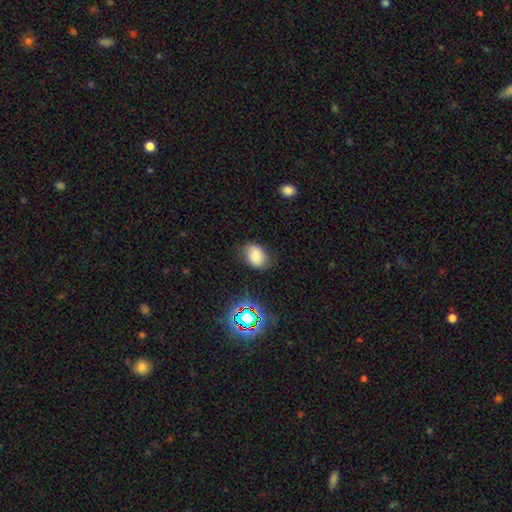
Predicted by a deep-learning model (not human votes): This appears to be a smooth galaxy with no disk features (76%) that is in between round and cigar-shaped (71%). Merging: none (73%).